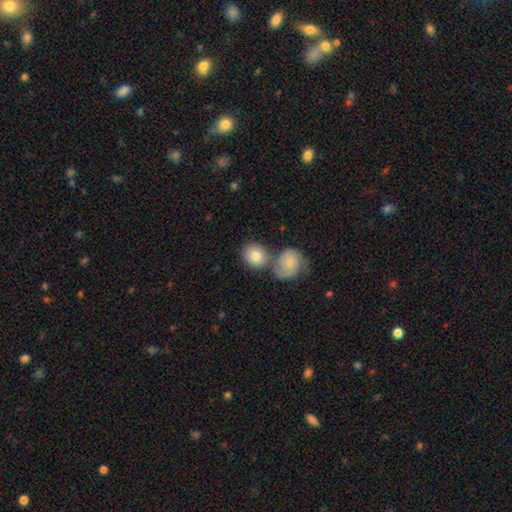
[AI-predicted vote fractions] The model was most divided on "merging": none: 47%, merger: 38%, minor disturbance: 10%, major disturbance: 4%. More confident: smooth or featured — smooth (77%); how rounded — round (75%).